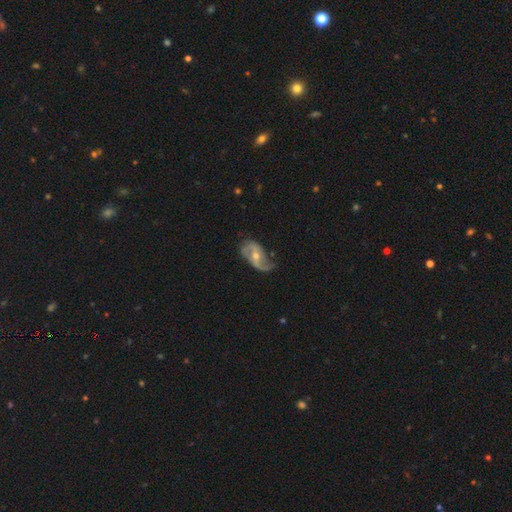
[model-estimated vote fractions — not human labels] A featured or disk galaxy (83%) with no bar (45%), 2 (83%) loose (48%) spiral arms (94%) and a moderate central bulge (54%).

Vote fractions:
- Smooth or featured? featured or disk: 83% / smooth: 10% / star or artifact: 7%
- Edge-on disk? no: 96% / yes: 4%
- Bar? no: 45% / weak: 39% / strong: 16%
- Spiral arms? yes: 94% / no: 6%
- Spiral winding? loose: 48% / medium: 38% / tight: 14%
- Spiral arm count? 2: 83% / can't tell: 6% / 1: 5% / 3: 3% / 4: 1% / more than 4: 1%
- Bulge size? moderate: 54% / small: 42% / large: 2% / none: 1% / dominant: 1%
- Merging? none: 60% / minor disturbance: 25% / major disturbance: 13% / merger: 2%